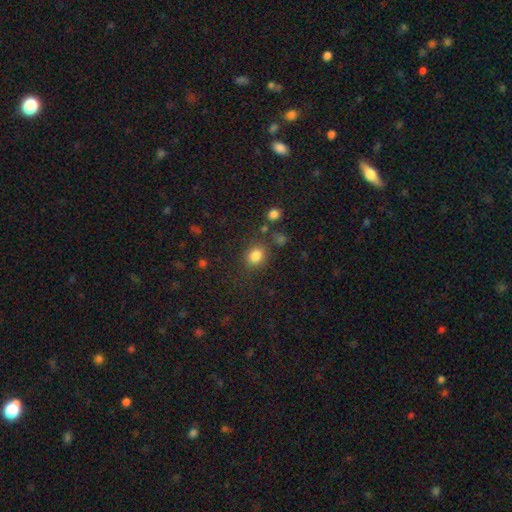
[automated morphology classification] This is clearly a smooth galaxy (83%). How rounded: likely round (67%). Merging: likely none (78%).